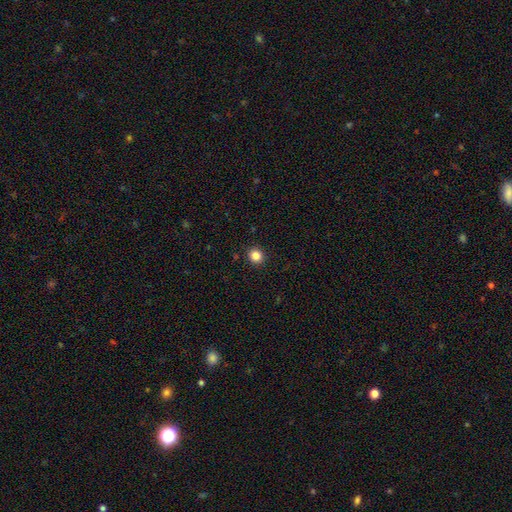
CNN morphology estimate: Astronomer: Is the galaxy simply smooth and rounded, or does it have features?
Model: smooth — 85%.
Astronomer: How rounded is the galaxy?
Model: round — 88%.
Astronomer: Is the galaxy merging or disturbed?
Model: none — 92%.